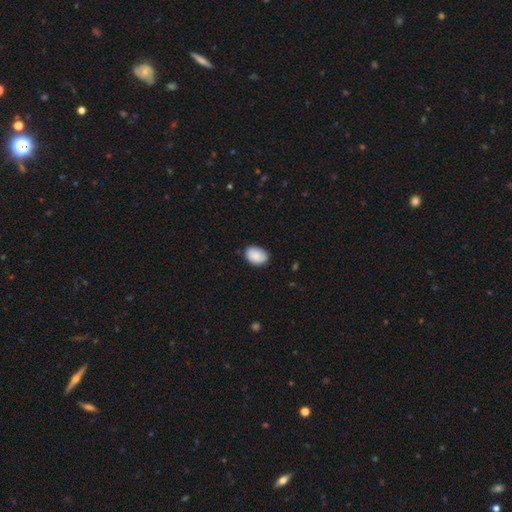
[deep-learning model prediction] This is clearly a smooth galaxy (85%). How rounded: likely in between (79%). Merging: likely none (77%).